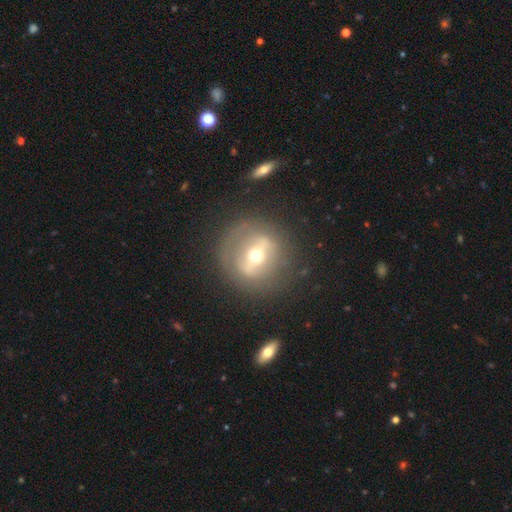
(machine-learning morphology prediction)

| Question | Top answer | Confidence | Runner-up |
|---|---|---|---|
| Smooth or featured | featured or disk | 60% | smooth (30%) |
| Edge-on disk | no | 85% | yes (15%) |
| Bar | strong | 54% | weak (26%) |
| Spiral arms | no | 81% | yes (19%) |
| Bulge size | moderate | 63% | small (29%) |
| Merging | none | 79% | minor disturbance (11%) |